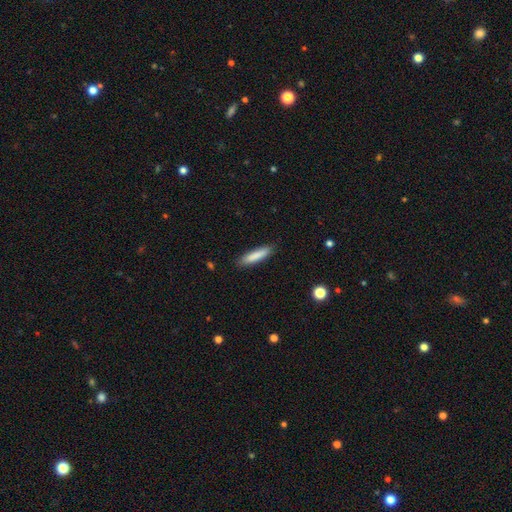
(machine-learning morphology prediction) Q: Smooth or featured?
A: smooth (84%); runner-up: featured or disk (10%)
Q: How rounded?
A: cigar-shaped (83%); runner-up: in between (16%)
Q: Merging?
A: none (88%); runner-up: minor disturbance (9%)